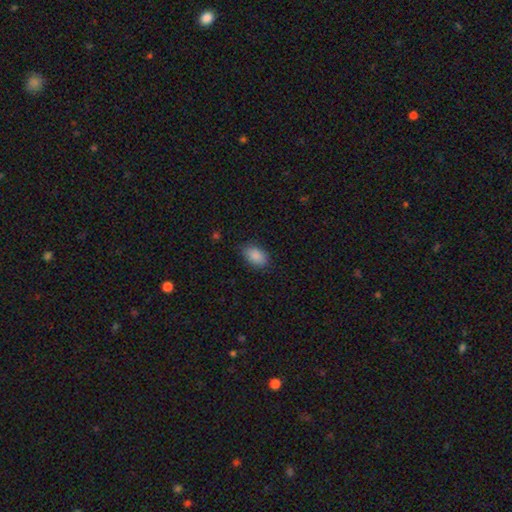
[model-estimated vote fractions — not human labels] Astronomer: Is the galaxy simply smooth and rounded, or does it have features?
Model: smooth — 89%.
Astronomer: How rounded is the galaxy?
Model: in between — 89%.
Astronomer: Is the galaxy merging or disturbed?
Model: none — 83%.